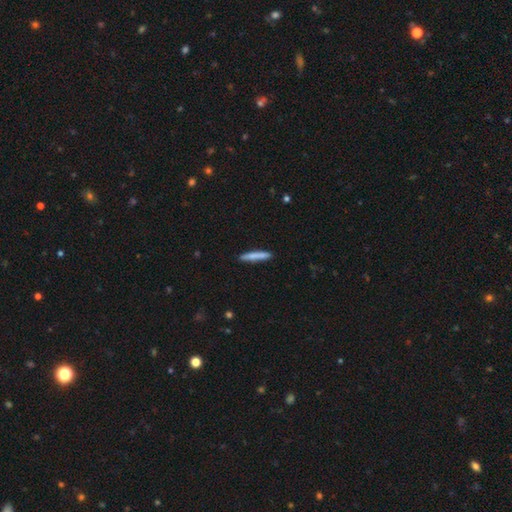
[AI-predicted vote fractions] Smooth or featured? smooth (78%)
How rounded? cigar-shaped (94%)
Merging? none (90%)